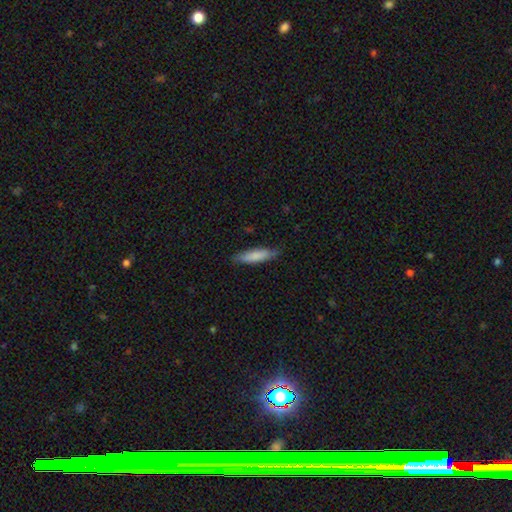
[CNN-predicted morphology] smooth 79%, featured or disk 16%, star or artifact 5%. Down the decision tree: how rounded — cigar-shaped (75%); merging — none (81%).